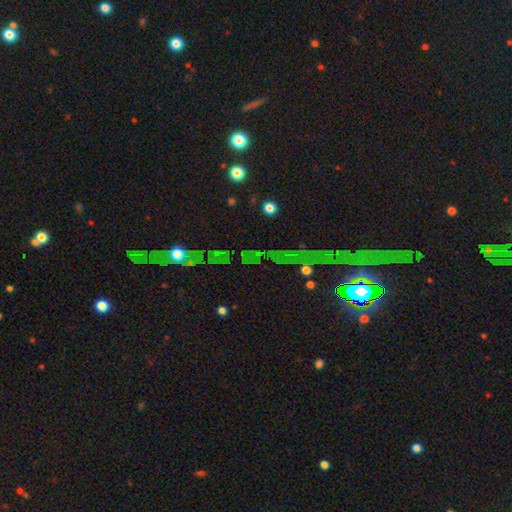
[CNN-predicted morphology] Smooth or featured? Predicted: star or artifact (p=0.73).